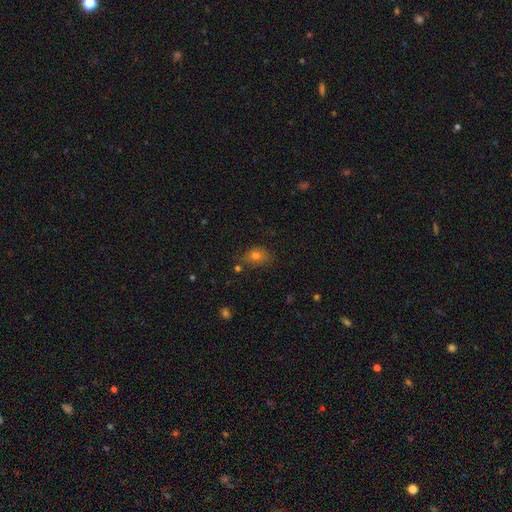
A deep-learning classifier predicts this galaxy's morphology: This appears to be a smooth galaxy with no disk features (74%) that is in between round and cigar-shaped (59%). Merging: none (67%).